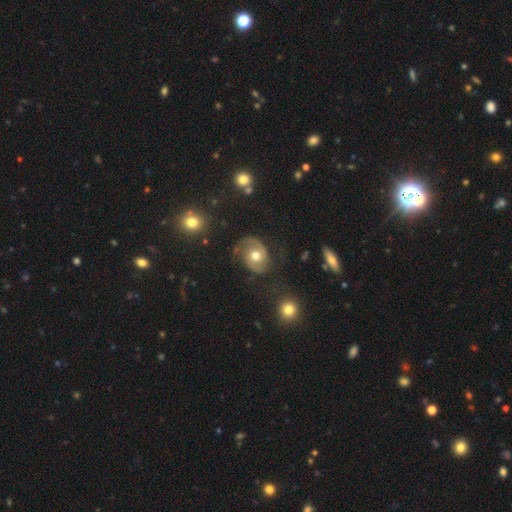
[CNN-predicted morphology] Smooth or featured? featured or disk (73%)
Edge-on disk? no (97%)
Bar? no (74%)
Spiral arms? yes (87%)
Spiral winding? medium (46%)
Spiral arm count? 2 (84%)
Bulge size? moderate (76%)
Merging? none (65%)